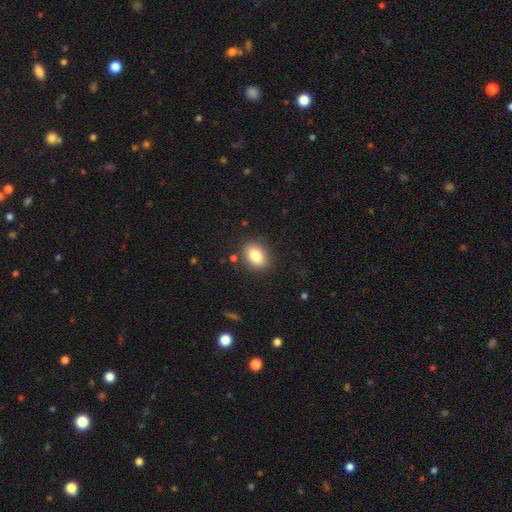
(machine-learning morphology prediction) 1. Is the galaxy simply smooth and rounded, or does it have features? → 83% smooth, 9% star or artifact, 8% featured or disk.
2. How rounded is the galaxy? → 66% in between, 32% round, 1% cigar-shaped.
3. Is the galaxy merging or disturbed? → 85% none, 10% minor disturbance, 3% major disturbance, 2% merger.